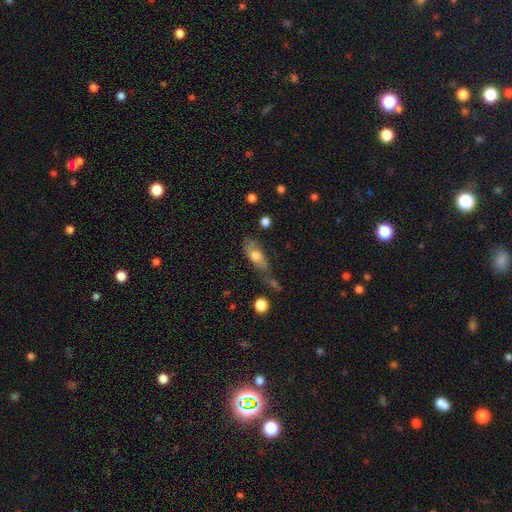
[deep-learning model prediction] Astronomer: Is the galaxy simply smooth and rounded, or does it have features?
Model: smooth — 66%.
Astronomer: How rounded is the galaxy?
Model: in between — 75%.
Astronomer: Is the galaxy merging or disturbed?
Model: none — 51% (runner-up: minor disturbance, 26%).